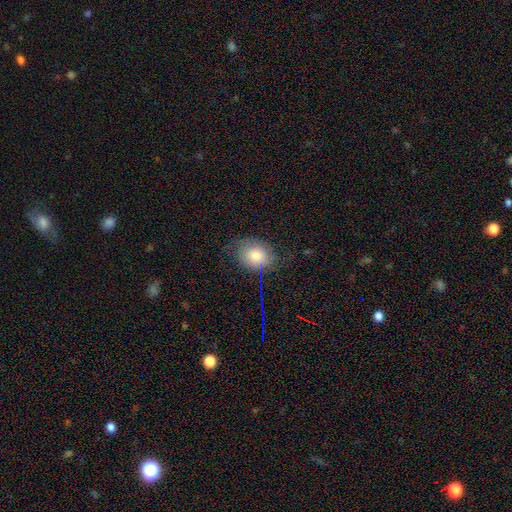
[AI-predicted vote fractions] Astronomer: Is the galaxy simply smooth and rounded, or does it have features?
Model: smooth — 70%.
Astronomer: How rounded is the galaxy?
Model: in between — 60% (runner-up: round, 39%).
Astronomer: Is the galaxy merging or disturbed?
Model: none — 63%.